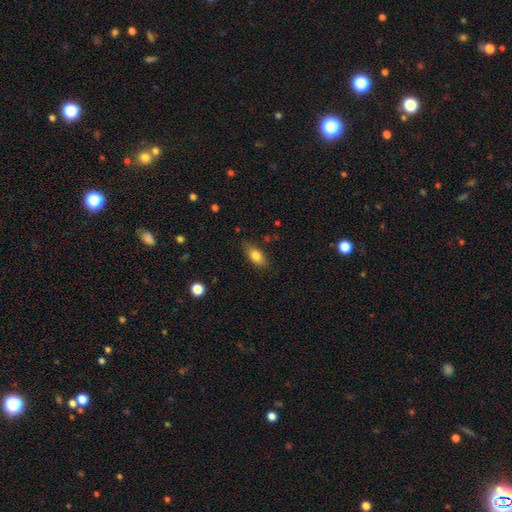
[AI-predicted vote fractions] Smooth or featured?
  - smooth: 82% *
  - featured or disk: 11%
  - star or artifact: 8%
How rounded?
  - in between: 86% *
  - cigar-shaped: 9%
  - round: 5%
Merging?
  - none: 80% *
  - minor disturbance: 15%
  - major disturbance: 3%
  - merger: 1%